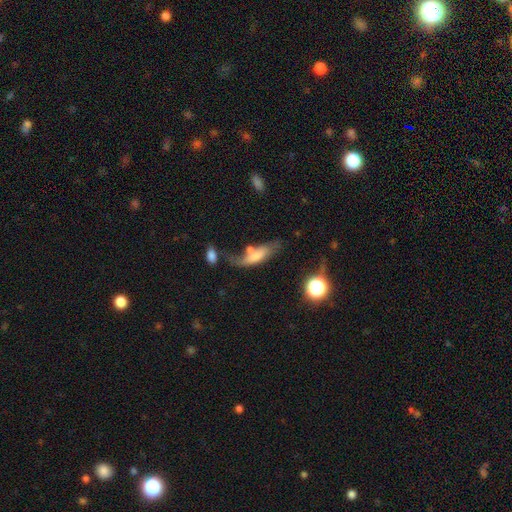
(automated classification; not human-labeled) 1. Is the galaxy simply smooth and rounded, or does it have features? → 62% smooth, 29% featured or disk, 9% star or artifact.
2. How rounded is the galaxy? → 56% in between, 40% cigar-shaped, 3% round.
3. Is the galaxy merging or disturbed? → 31% none, 27% merger, 22% minor disturbance, 20% major disturbance.